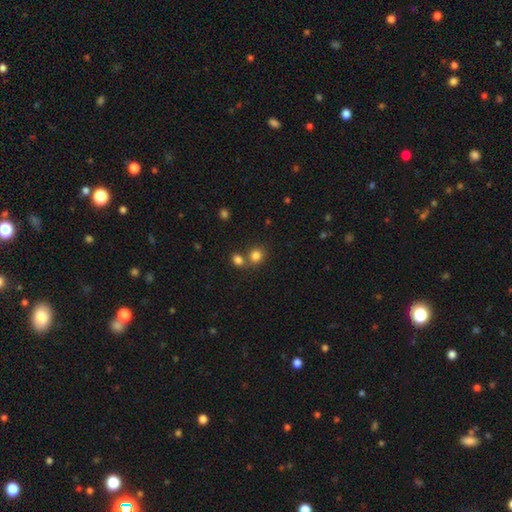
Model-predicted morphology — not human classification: Smooth or featured?
  - smooth: 82% *
  - star or artifact: 12%
  - featured or disk: 6%
How rounded?
  - round: 76% *
  - in between: 24%
  - cigar-shaped: 1%
Merging?
  - none: 56% *
  - merger: 33%
  - minor disturbance: 8%
  - major disturbance: 3%